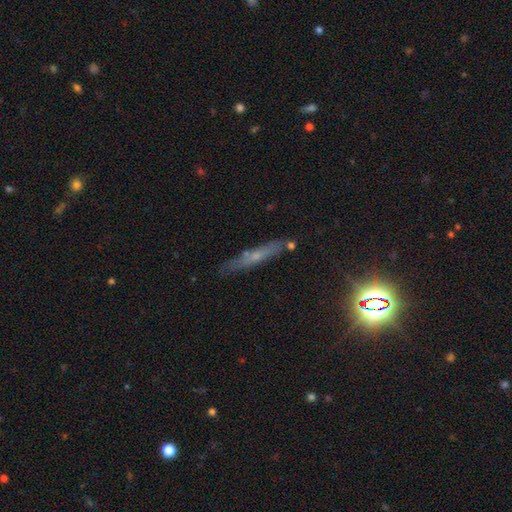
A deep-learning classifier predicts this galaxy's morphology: A featured or disk galaxy (45%).

Vote fractions:
- Smooth or featured? featured or disk: 45% / smooth: 38% / star or artifact: 17%
- Merging? none: 77% / minor disturbance: 16% / merger: 4% / major disturbance: 3%